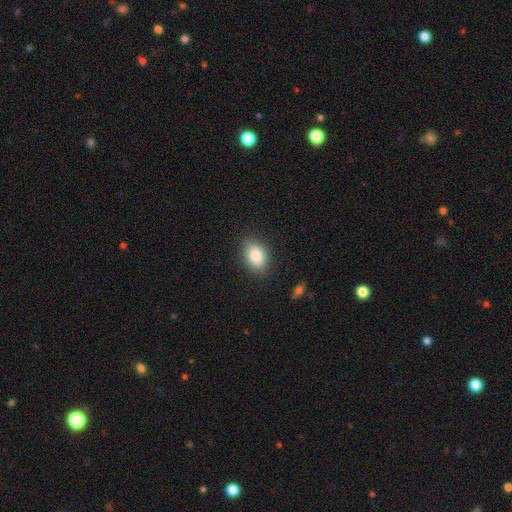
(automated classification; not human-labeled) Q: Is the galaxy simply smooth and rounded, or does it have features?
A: smooth — 85%.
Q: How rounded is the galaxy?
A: in between — 79%.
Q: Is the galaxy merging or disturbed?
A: none — 83%.